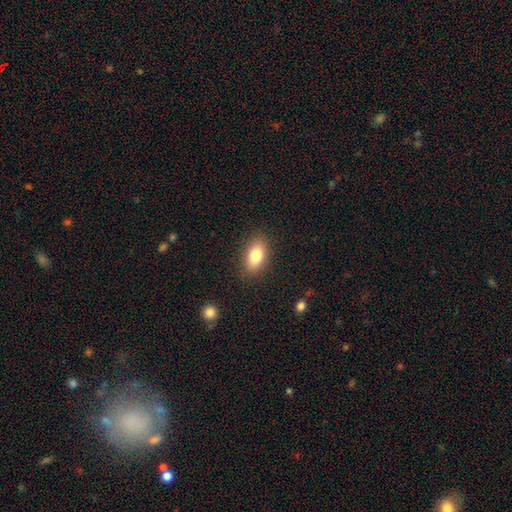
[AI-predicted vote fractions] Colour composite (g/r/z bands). It shows a smooth galaxy with no disk features (82%) that is in between round and cigar-shaped (88%). Merging: none (86%).